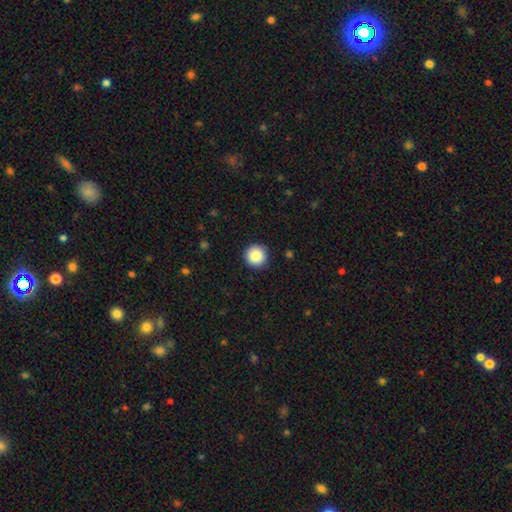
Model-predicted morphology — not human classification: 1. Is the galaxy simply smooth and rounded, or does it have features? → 87% smooth, 8% star or artifact, 4% featured or disk.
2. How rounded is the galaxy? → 96% round, 3% in between, 1% cigar-shaped.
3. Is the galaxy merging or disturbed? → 92% none, 5% minor disturbance, 2% major disturbance, 1% merger.